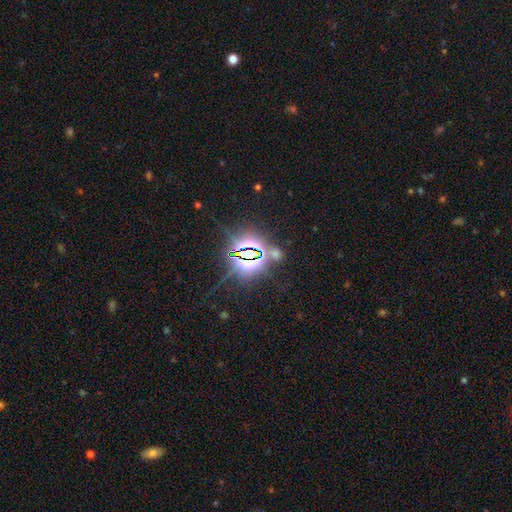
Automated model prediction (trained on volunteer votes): Q: Smooth or featured?
A: star or artifact (84%); runner-up: featured or disk (8%)